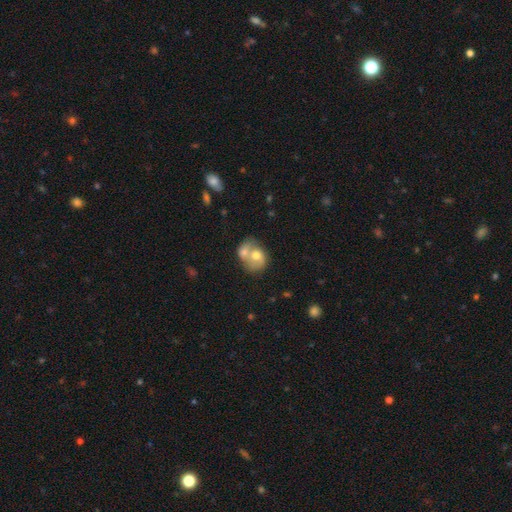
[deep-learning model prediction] A smooth galaxy with no disk features (56%) that is round (54%). Merging: merger (71%).